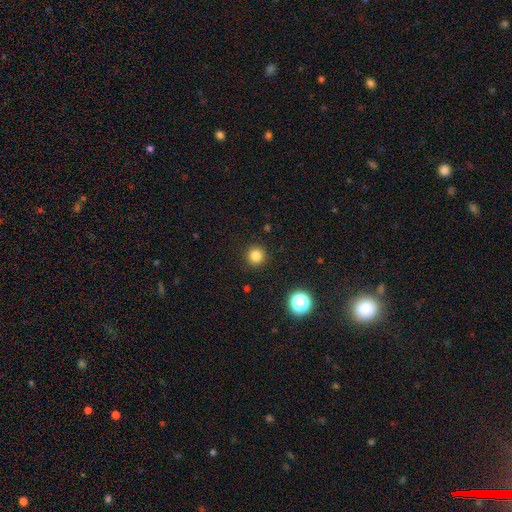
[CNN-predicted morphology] smooth-or-featured: smooth: 82% | star or artifact: 14% | featured or disk: 4%
  how-rounded: round: 95% | in between: 4% | cigar-shaped: 1%
  merging: none: 92% | minor disturbance: 5% | major disturbance: 2% | merger: 1%